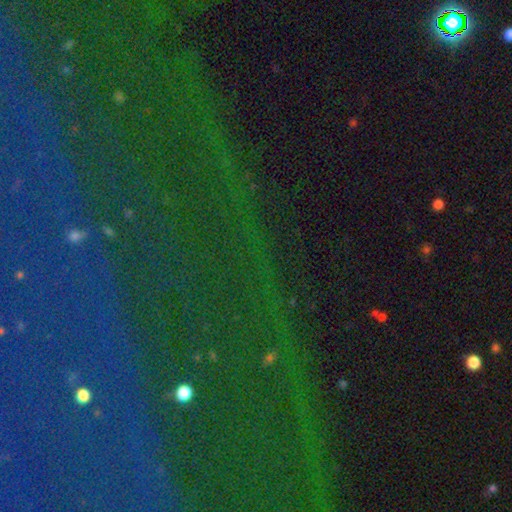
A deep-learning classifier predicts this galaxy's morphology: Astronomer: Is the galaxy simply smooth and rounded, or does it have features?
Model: star or artifact — 83%.